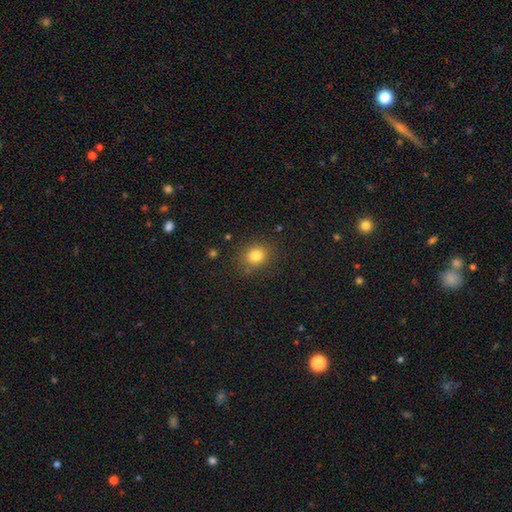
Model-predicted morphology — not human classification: Smooth or featured? Predicted: smooth (p=0.81). How rounded? Predicted: round (p=0.75). Merging? Predicted: none (p=0.85).